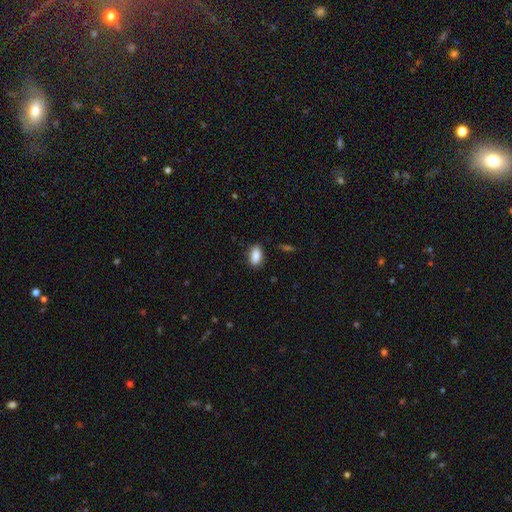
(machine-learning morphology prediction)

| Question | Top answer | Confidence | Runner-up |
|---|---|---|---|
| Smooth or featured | smooth | 88% | star or artifact (7%) |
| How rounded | in between | 89% | cigar-shaped (6%) |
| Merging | none | 85% | minor disturbance (11%) |